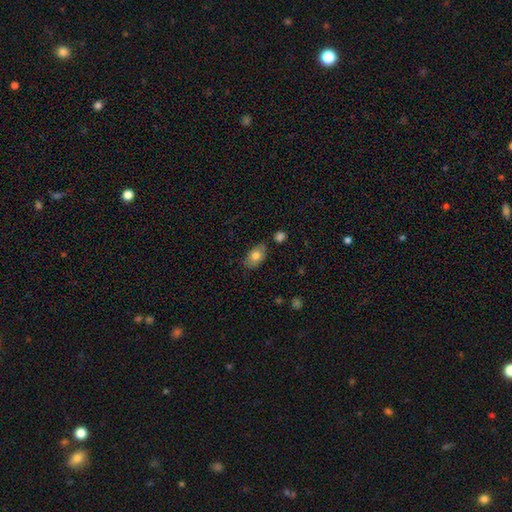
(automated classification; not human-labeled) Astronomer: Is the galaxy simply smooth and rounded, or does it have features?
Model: smooth — 77%.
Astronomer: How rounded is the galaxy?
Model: in between — 90%.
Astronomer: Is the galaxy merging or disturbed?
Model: none — 74%.